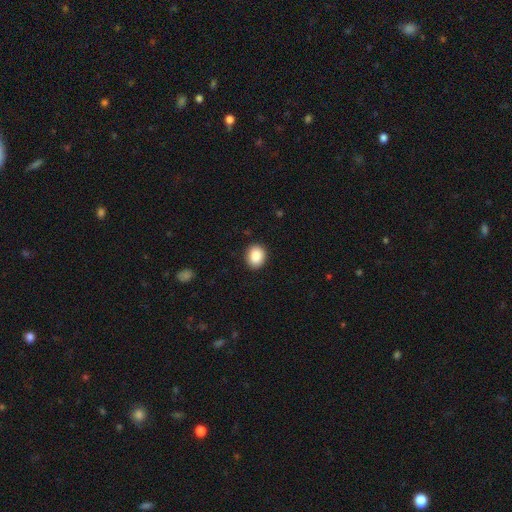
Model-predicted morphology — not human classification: Smooth or featured? Predicted: smooth (p=0.87). How rounded? Predicted: round (p=0.56). Merging? Predicted: none (p=0.90).